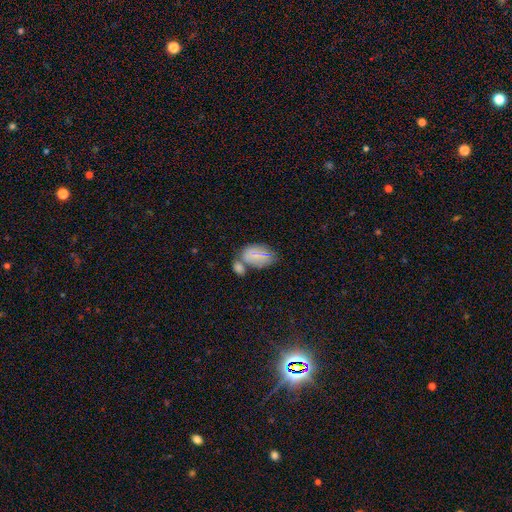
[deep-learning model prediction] The model was most divided on "merging": merger: 41%, none: 32%, minor disturbance: 18%, major disturbance: 9%. More confident: how rounded — in between (91%); smooth or featured — smooth (66%).